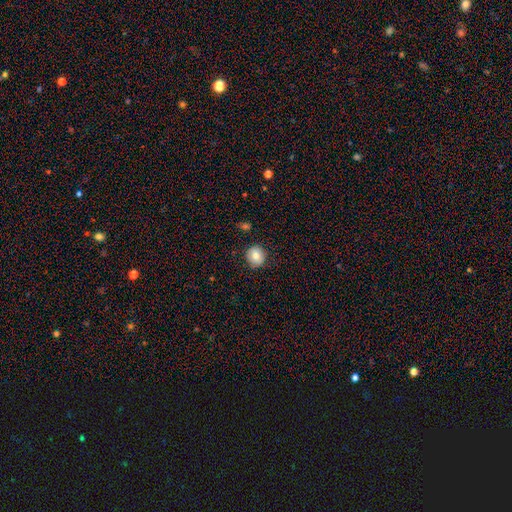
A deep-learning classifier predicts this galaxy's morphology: smooth_or_featured: smooth (p=0.79) [alt: featured or disk p=0.13]
how_rounded: round (p=0.89) [alt: in between p=0.10]
merging: none (p=0.86) [alt: minor disturbance p=0.10]